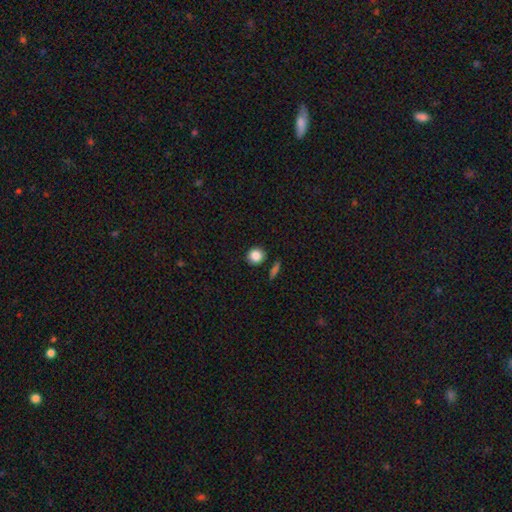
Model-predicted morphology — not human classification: type=smooth (87%); roundness=round (88%); merging=none (86%).